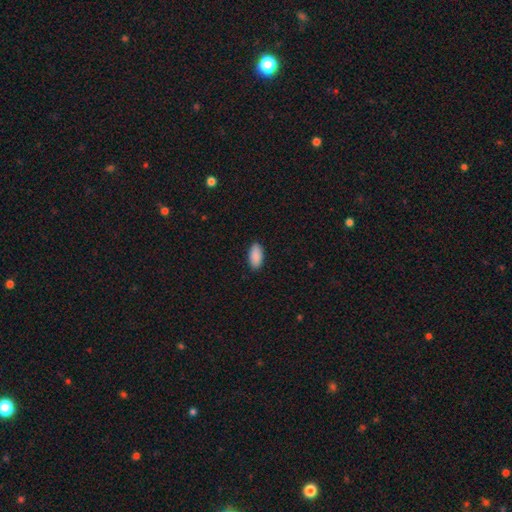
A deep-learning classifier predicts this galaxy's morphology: This appears to be a smooth galaxy with no disk features (91%) that is in between round and cigar-shaped (93%). Merging: none (89%).